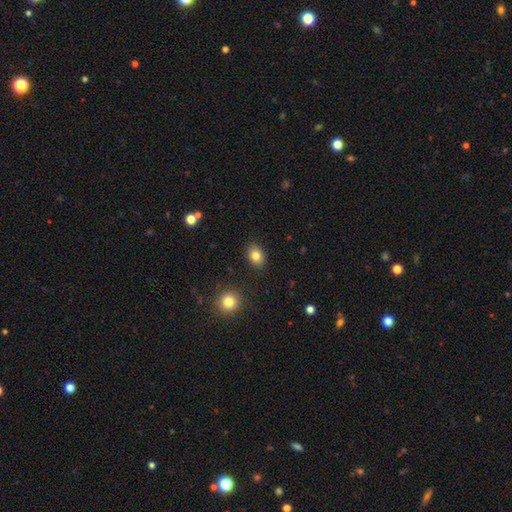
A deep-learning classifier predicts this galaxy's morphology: smooth 82%, star or artifact 10%, featured or disk 8%. Down the decision tree: how rounded — in between (67%); merging — none (87%).